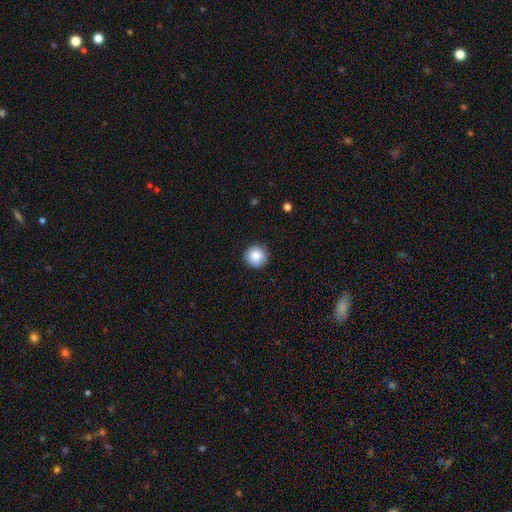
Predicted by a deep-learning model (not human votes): smooth_or_featured: smooth (p=0.85) [alt: star or artifact p=0.09]
how_rounded: round (p=0.94) [alt: in between p=0.05]
merging: none (p=0.89) [alt: minor disturbance p=0.08]